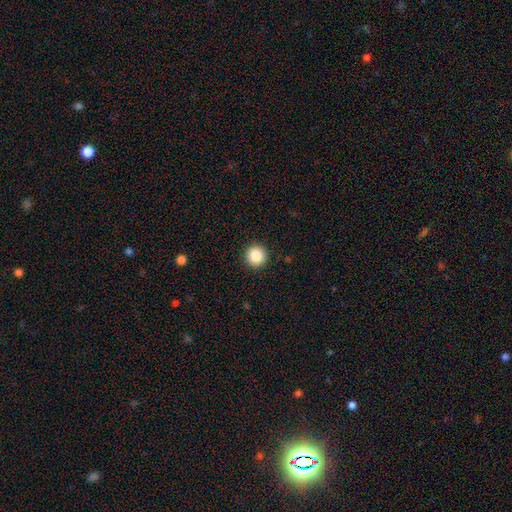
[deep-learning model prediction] smooth_or_featured: smooth (p=0.86) [alt: star or artifact p=0.10]
how_rounded: round (p=0.95) [alt: in between p=0.04]
merging: none (p=0.93) [alt: minor disturbance p=0.05]